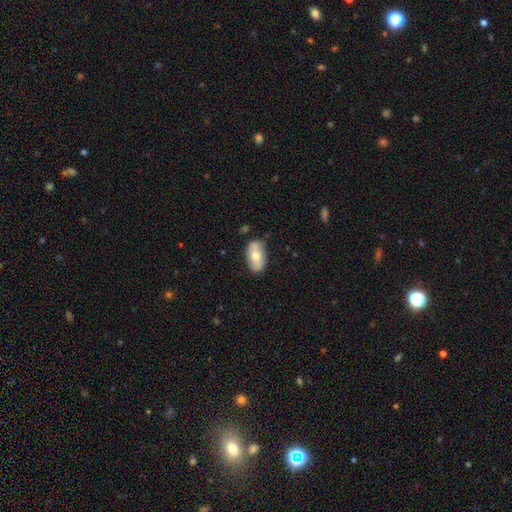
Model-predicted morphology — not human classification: Smooth or featured? Predicted: smooth (p=0.66). How rounded? Predicted: in between (p=0.92). Merging? Predicted: none (p=0.78).